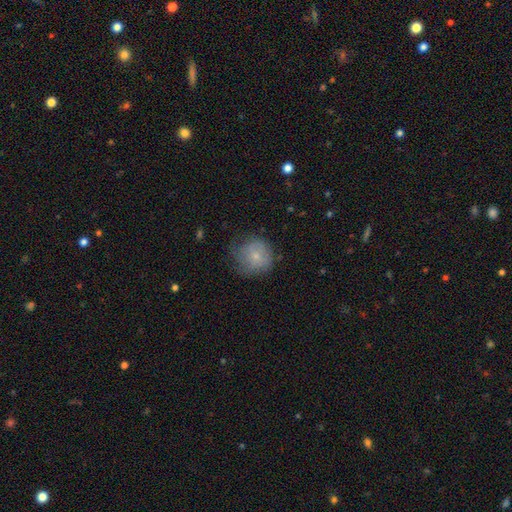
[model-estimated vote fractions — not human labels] The model was most divided on "merging": none: 50%, minor disturbance: 31%, major disturbance: 17%, merger: 1%. More confident: how rounded — round (84%); smooth or featured — smooth (69%).